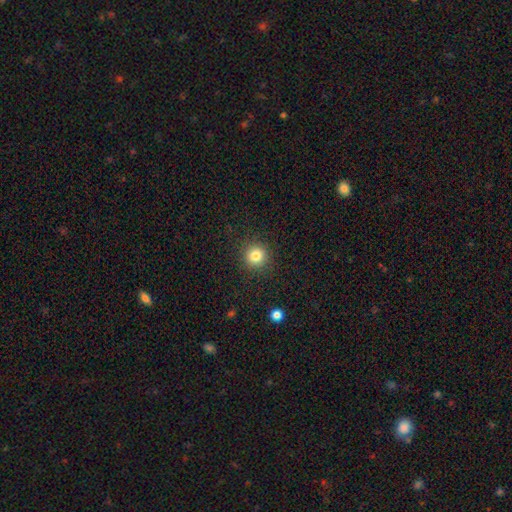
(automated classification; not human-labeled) A smooth galaxy with no disk features (82%) that is round (94%).

Vote fractions:
- Smooth or featured? smooth: 82% / star or artifact: 12% / featured or disk: 6%
- How rounded? round: 94% / in between: 5% / cigar-shaped: 1%
- Merging? none: 91% / minor disturbance: 6% / major disturbance: 2% / merger: 1%